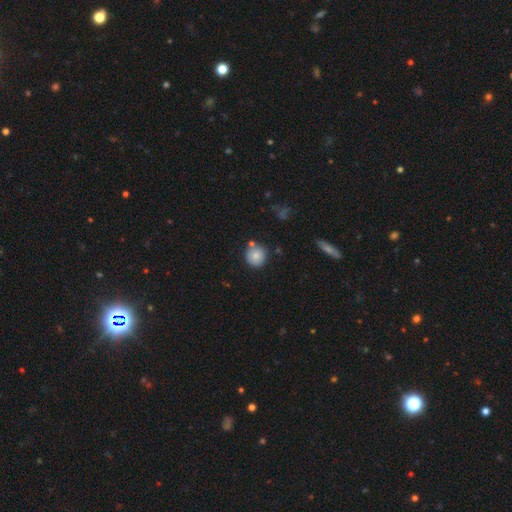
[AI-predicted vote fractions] smooth_or_featured: smooth (p=0.83) [alt: star or artifact p=0.09]
how_rounded: round (p=0.91) [alt: in between p=0.08]
merging: none (p=0.76) [alt: minor disturbance p=0.12]